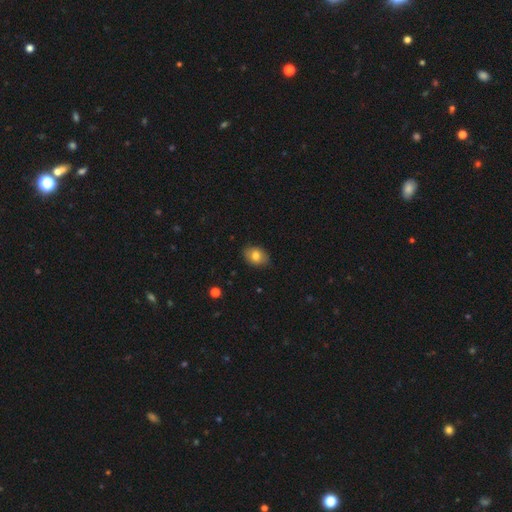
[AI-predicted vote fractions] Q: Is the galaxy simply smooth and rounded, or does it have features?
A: smooth — 77%.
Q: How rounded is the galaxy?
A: in between — 75%.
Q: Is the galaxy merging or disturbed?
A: none — 84%.